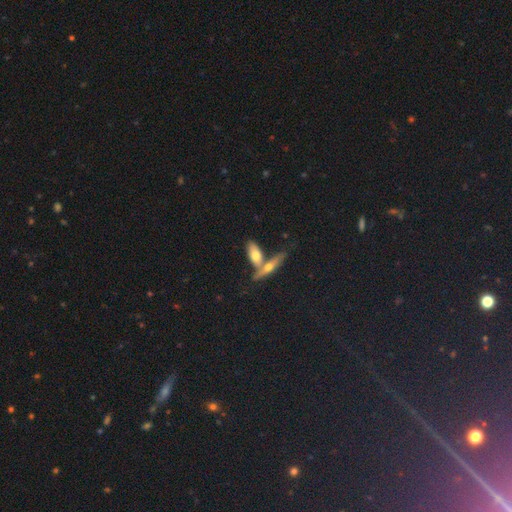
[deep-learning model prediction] Q: Smooth or featured?
A: smooth (61%); runner-up: featured or disk (33%)
Q: How rounded?
A: in between (70%); runner-up: cigar-shaped (26%)
Q: Merging?
A: merger (48%); runner-up: none (39%)